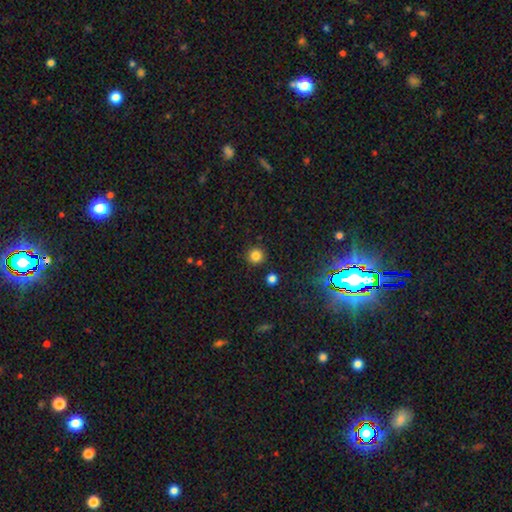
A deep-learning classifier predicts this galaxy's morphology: This is clearly a smooth galaxy (82%). How rounded: clearly round (95%). Merging: clearly none (90%).